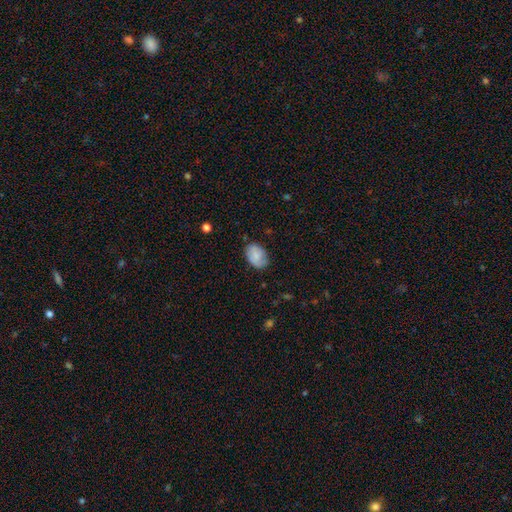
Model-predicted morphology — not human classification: smooth 75%, featured or disk 17%, star or artifact 7%. Down the decision tree: how rounded — in between (85%); merging — none (70%).